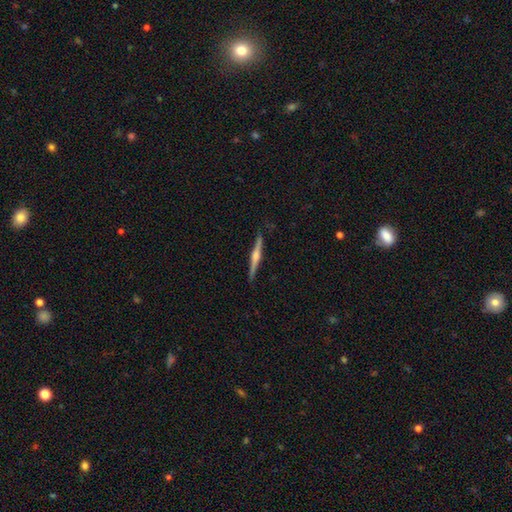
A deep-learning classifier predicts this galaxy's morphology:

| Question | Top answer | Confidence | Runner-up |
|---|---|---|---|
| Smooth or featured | featured or disk | 74% | smooth (21%) |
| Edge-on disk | yes | 98% | no (2%) |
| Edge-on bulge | rounded | 79% | boxy (13%) |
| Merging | none | 89% | minor disturbance (8%) |